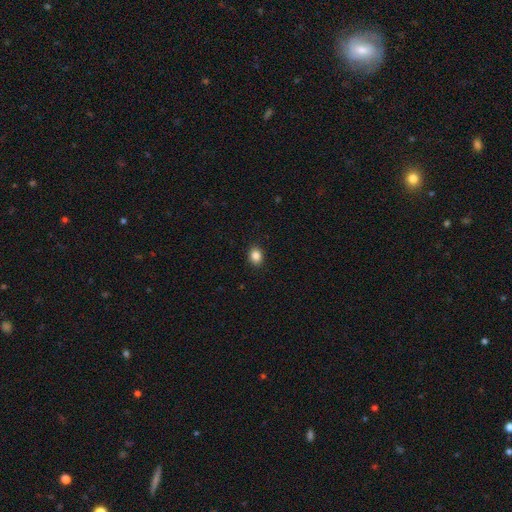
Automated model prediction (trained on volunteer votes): Smooth or featured?
  - smooth: 87% *
  - star or artifact: 9%
  - featured or disk: 4%
How rounded?
  - in between: 57% *
  - round: 42%
  - cigar-shaped: 1%
Merging?
  - none: 91% *
  - minor disturbance: 7%
  - major disturbance: 2%
  - merger: 1%